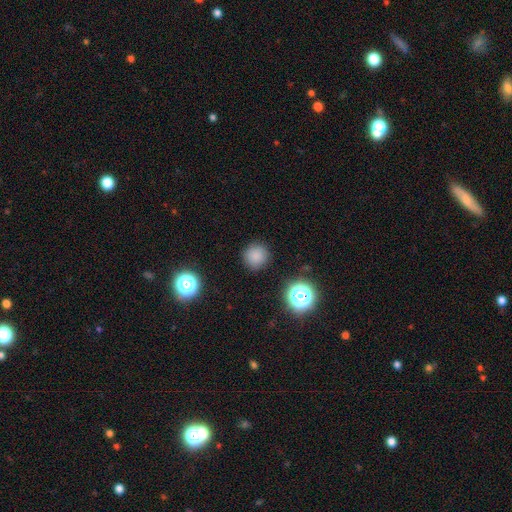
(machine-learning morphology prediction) Q: Smooth or featured?
A: smooth (80%); runner-up: star or artifact (15%)
Q: How rounded?
A: round (94%); runner-up: in between (5%)
Q: Merging?
A: none (89%); runner-up: minor disturbance (7%)